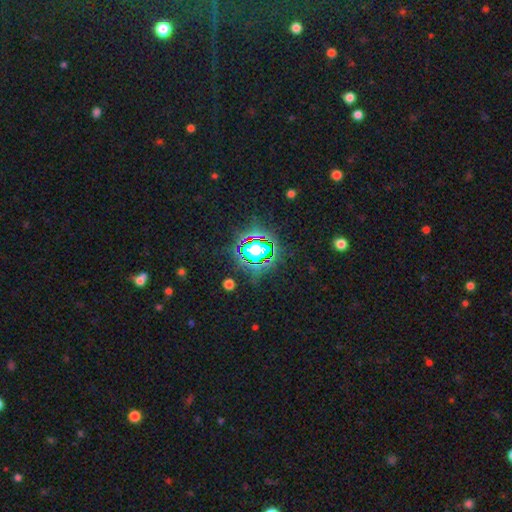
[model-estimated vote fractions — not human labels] A star or artifact, not a galaxy (81%).